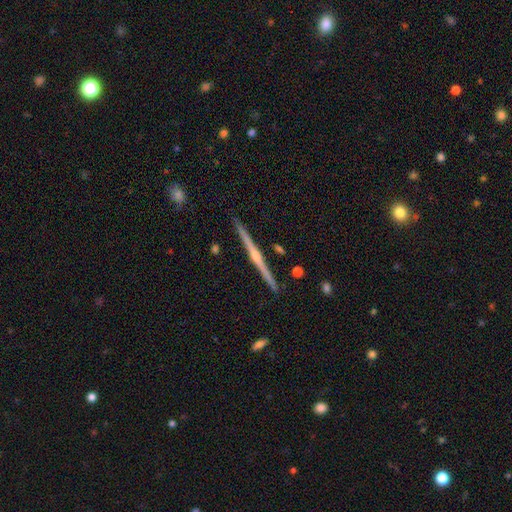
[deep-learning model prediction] This is clearly a featured or disk galaxy (86%). It is clearly viewed edge-on (99%). Edge-on bulge: clearly rounded (84%). Merging: clearly none (93%).